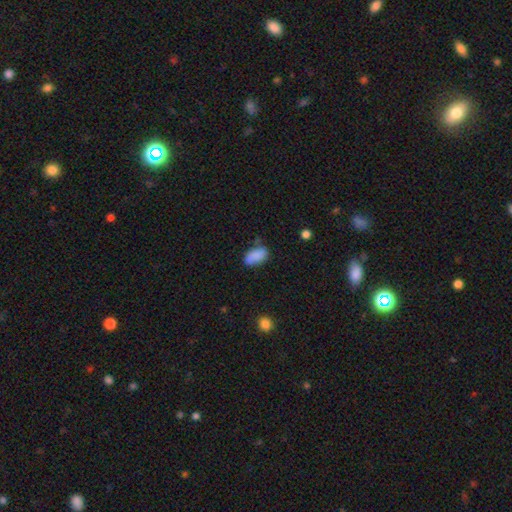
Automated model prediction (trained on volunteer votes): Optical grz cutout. It shows a smooth galaxy with no disk features (83%) that is in between round and cigar-shaped (92%). Merging: none (59%).